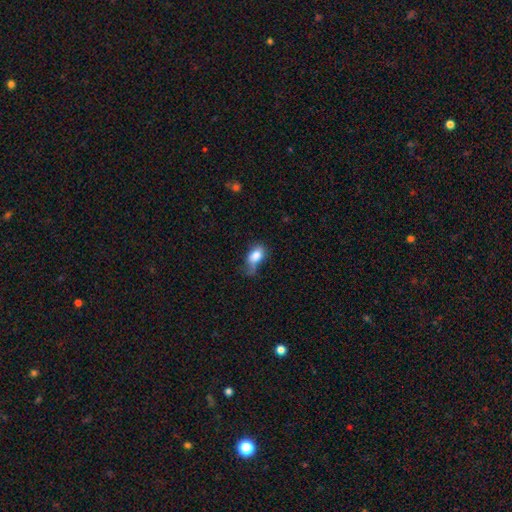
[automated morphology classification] smooth-or-featured: smooth: 80% | featured or disk: 11% | star or artifact: 8%
  how-rounded: in between: 85% | round: 12% | cigar-shaped: 3%
  merging: minor disturbance: 36% | none: 30% | major disturbance: 28% | merger: 7%